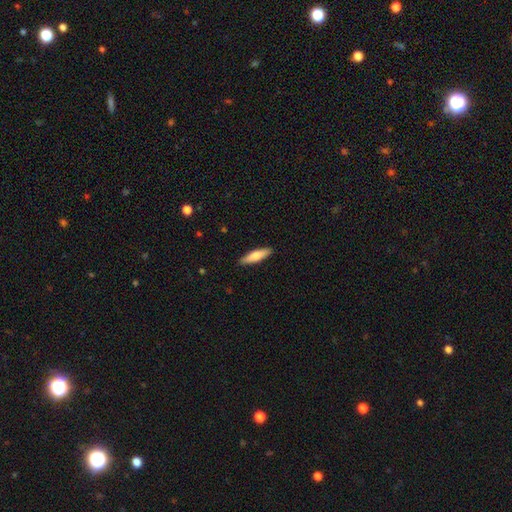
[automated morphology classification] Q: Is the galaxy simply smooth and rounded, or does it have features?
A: smooth — 71%.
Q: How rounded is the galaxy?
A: cigar-shaped — 68%.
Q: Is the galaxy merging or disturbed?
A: none — 90%.